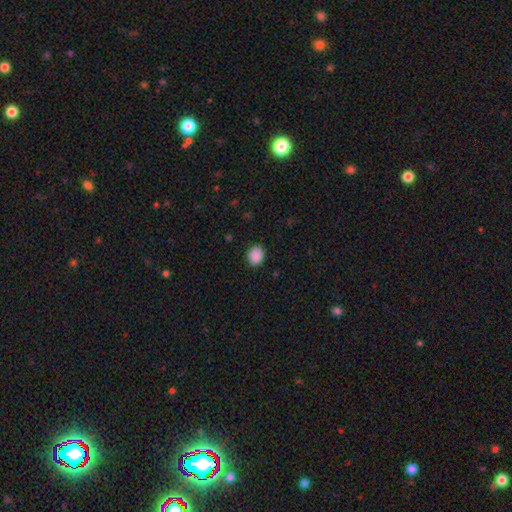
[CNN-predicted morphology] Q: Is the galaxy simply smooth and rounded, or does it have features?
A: smooth — 89%.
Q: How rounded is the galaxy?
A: round — 58%.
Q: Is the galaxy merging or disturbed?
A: none — 86%.